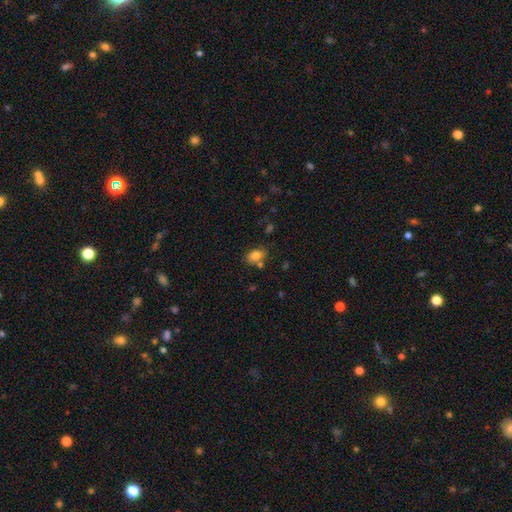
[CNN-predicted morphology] Smooth or featured?
  - smooth: 81% *
  - featured or disk: 10%
  - star or artifact: 10%
How rounded?
  - in between: 79% *
  - round: 20%
  - cigar-shaped: 1%
Merging?
  - none: 68% *
  - minor disturbance: 16%
  - merger: 12%
  - major disturbance: 4%